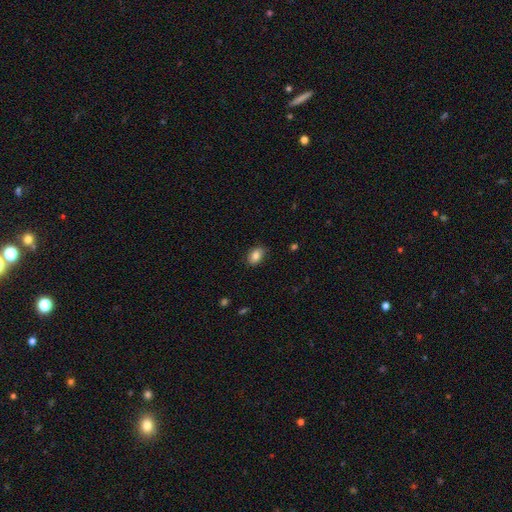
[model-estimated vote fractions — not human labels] smooth 83%, featured or disk 9%, star or artifact 8%. Down the decision tree: how rounded — in between (81%); merging — none (83%).